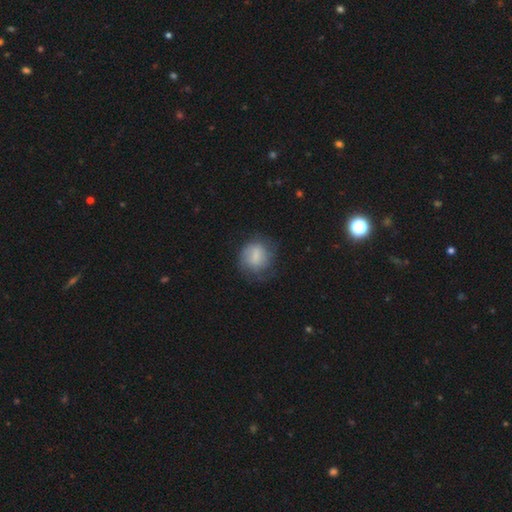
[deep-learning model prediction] This appears to be a smooth galaxy with no disk features (66%) that is round (66%). Merging: none (57%).